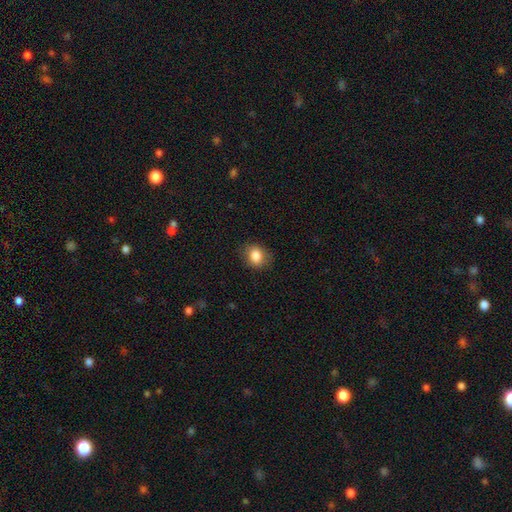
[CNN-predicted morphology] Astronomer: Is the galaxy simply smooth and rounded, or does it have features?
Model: smooth — 85%.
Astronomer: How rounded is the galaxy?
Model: round — 52% (runner-up: in between, 47%).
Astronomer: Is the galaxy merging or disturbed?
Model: none — 81%.